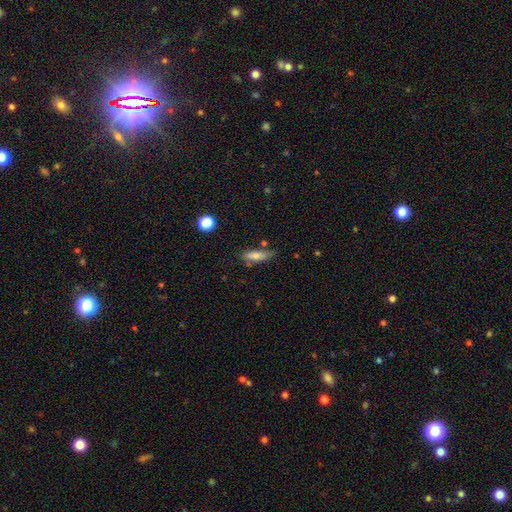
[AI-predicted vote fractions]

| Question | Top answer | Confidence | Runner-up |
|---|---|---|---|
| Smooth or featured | smooth | 75% | featured or disk (17%) |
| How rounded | cigar-shaped | 53% | in between (45%) |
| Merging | none | 67% | minor disturbance (22%) |